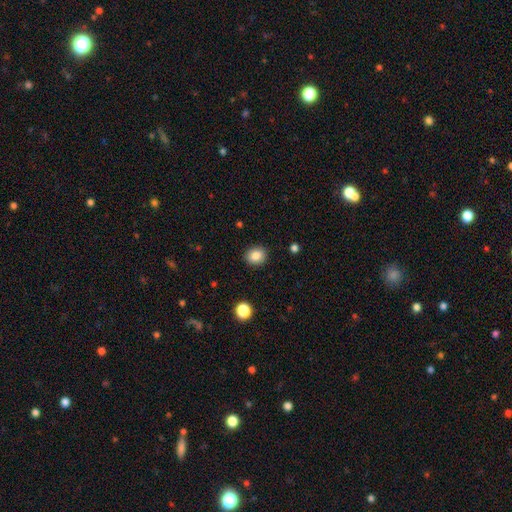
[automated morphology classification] A smooth galaxy with no disk features (84%) that is round (72%).

Vote fractions:
- Smooth or featured? smooth: 84% / star or artifact: 10% / featured or disk: 6%
- How rounded? round: 72% / in between: 27% / cigar-shaped: 1%
- Merging? none: 90% / minor disturbance: 7% / major disturbance: 2% / merger: 1%